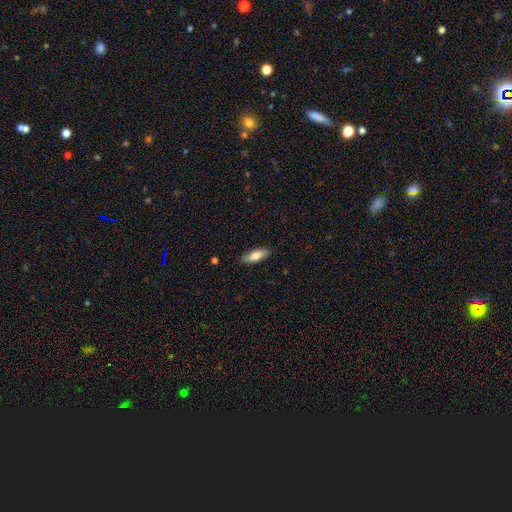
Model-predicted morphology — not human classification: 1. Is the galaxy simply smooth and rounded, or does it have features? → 78% smooth, 16% featured or disk, 6% star or artifact.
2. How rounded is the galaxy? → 62% in between, 36% cigar-shaped, 2% round.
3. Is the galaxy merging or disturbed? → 87% none, 10% minor disturbance, 2% major disturbance, 1% merger.